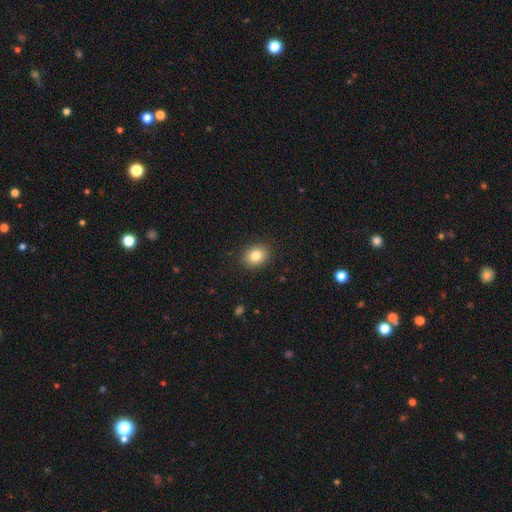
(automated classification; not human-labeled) Smooth or featured? smooth (83%)
How rounded? round (51%)
Merging? none (89%)